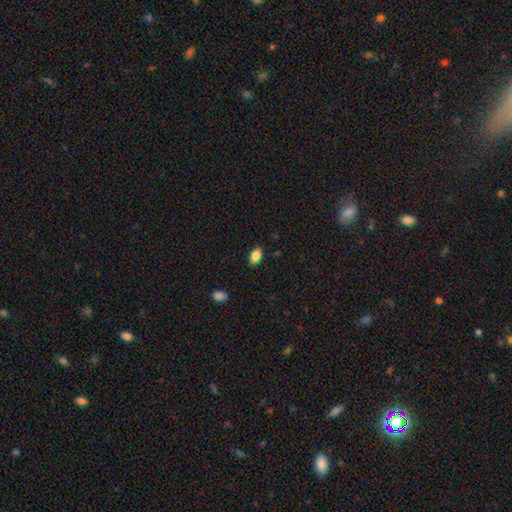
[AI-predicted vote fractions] This appears to be a smooth galaxy with no disk features (85%) that is in between round and cigar-shaped (90%). Merging: none (86%).